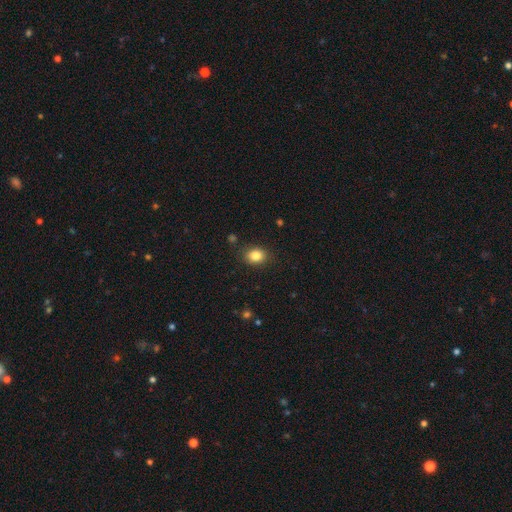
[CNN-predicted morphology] Q: Smooth or featured?
A: smooth (84%); runner-up: star or artifact (10%)
Q: How rounded?
A: in between (55%); runner-up: round (45%)
Q: Merging?
A: none (86%); runner-up: minor disturbance (10%)